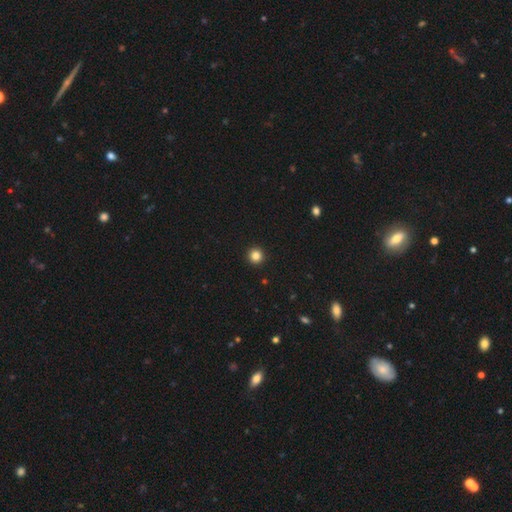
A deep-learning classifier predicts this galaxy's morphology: Q: Smooth or featured?
A: smooth (84%); runner-up: star or artifact (12%)
Q: How rounded?
A: round (96%); runner-up: in between (3%)
Q: Merging?
A: none (94%); runner-up: minor disturbance (3%)